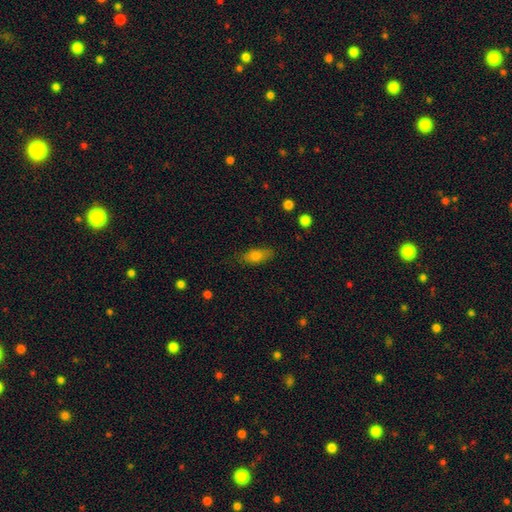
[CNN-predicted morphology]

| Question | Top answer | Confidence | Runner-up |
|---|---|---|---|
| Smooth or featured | smooth | 77% | featured or disk (15%) |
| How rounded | in between | 78% | cigar-shaped (18%) |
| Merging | none | 77% | minor disturbance (17%) |